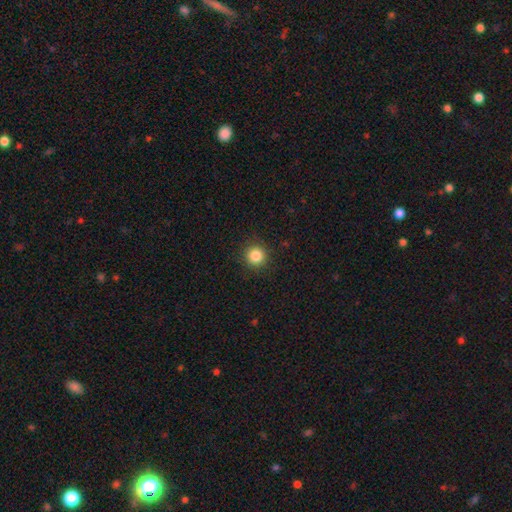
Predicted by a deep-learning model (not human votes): smooth 85%, star or artifact 11%, featured or disk 4%. Down the decision tree: how rounded — round (95%); merging — none (91%).